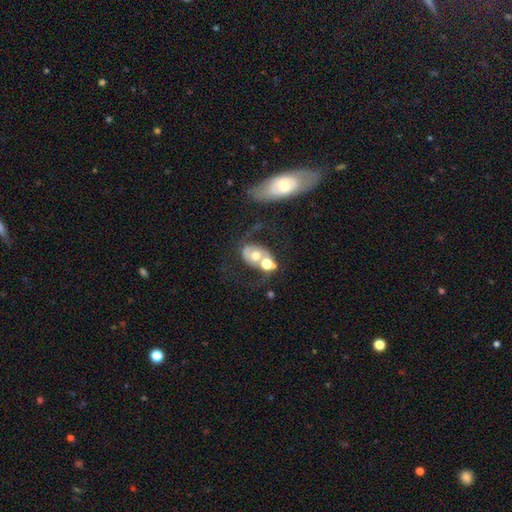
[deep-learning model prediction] This appears to be a featured or disk galaxy (49%). Merging: merger (41%).